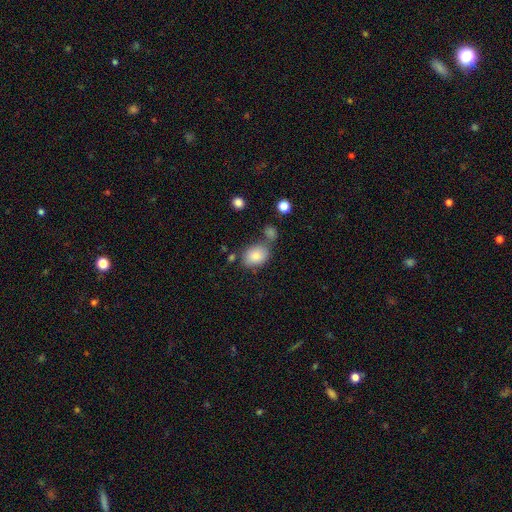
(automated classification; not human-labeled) Morphology: type=smooth (82%); roundness=in between (66%); merging=none (62%).